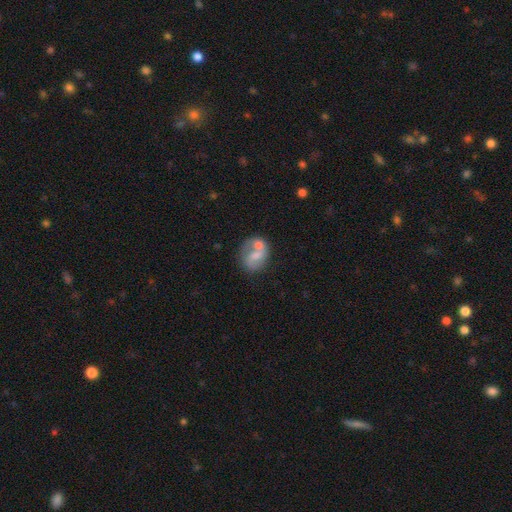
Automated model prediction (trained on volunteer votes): Smooth or featured? Predicted: featured or disk (p=0.48). Merging? Predicted: merger (p=0.47).